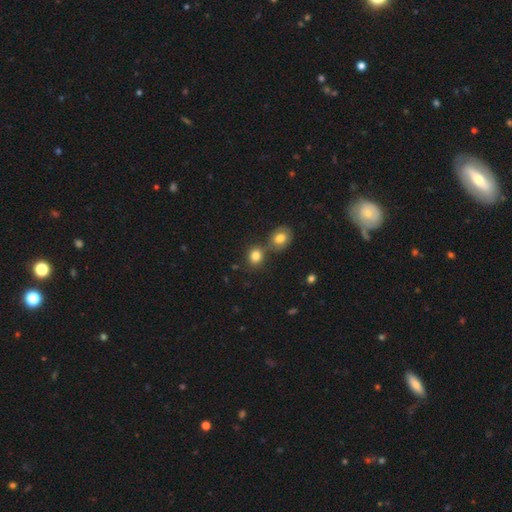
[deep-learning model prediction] The model was most divided on "merging": none: 54%, merger: 33%, minor disturbance: 9%, major disturbance: 3%. More confident: smooth or featured — smooth (82%); how rounded — round (69%).